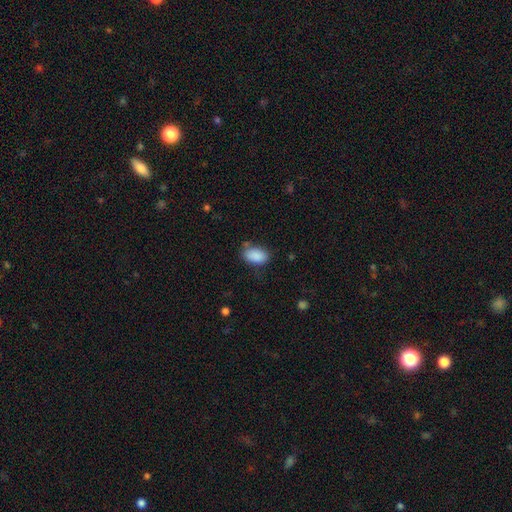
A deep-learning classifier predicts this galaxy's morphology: A smooth galaxy with no disk features (89%) that is in between round and cigar-shaped (92%). Merging: none (73%).